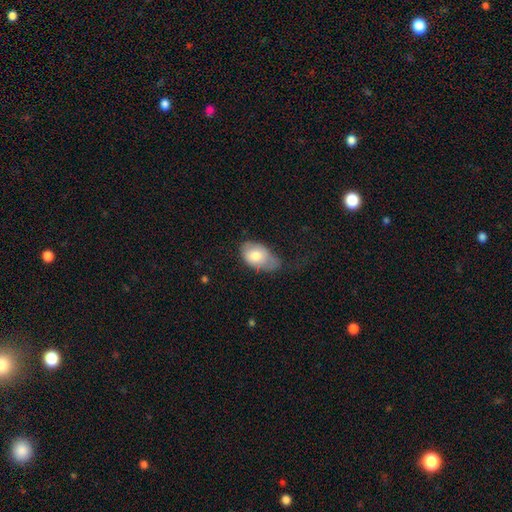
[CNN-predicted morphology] Smooth or featured: smooth — 77% (featured or disk — 16%)
How rounded: in between — 88% (round — 11%)
Merging: minor disturbance — 44% (none — 29%)